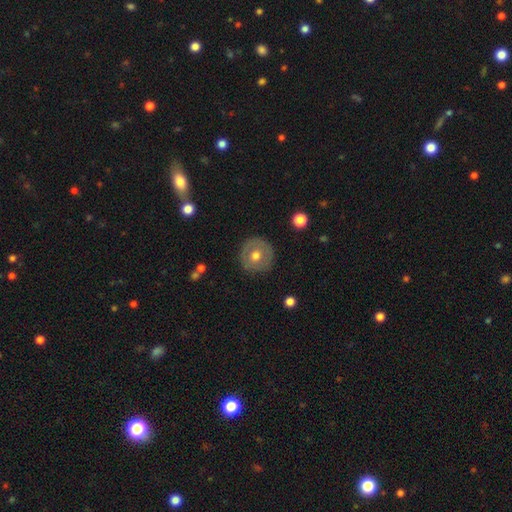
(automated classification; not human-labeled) Smooth or featured? smooth (57%)
How rounded? round (93%)
Merging? none (87%)